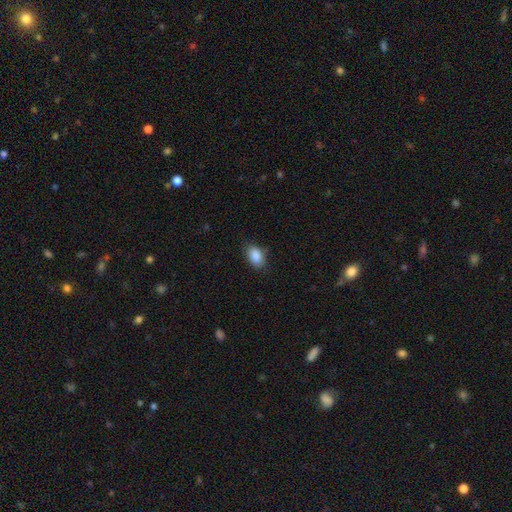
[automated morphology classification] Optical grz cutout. It shows a smooth galaxy with no disk features (89%) that is in between round and cigar-shaped (88%). Merging: none (78%).